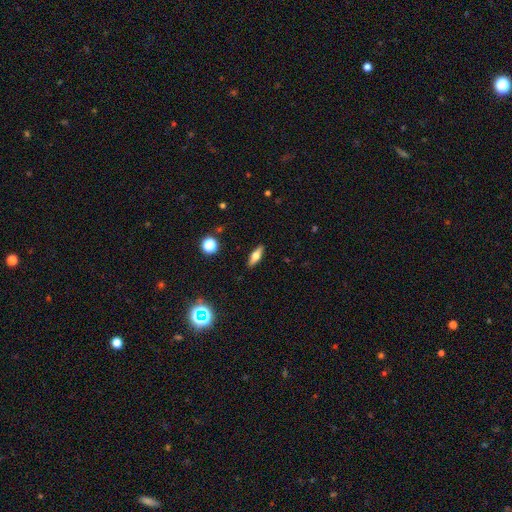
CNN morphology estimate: A smooth galaxy with no disk features (55%) that is in between round and cigar-shaped (56%).

Vote fractions:
- Smooth or featured? smooth: 55% / featured or disk: 36% / star or artifact: 9%
- How rounded? in between: 56% / cigar-shaped: 40% / round: 5%
- Merging? none: 89% / minor disturbance: 8% / major disturbance: 2% / merger: 1%